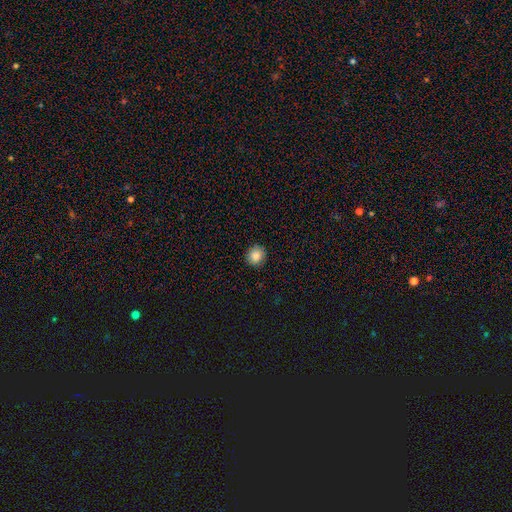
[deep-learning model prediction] This appears to be a smooth galaxy with no disk features (87%) that is round (89%). Merging: none (90%).